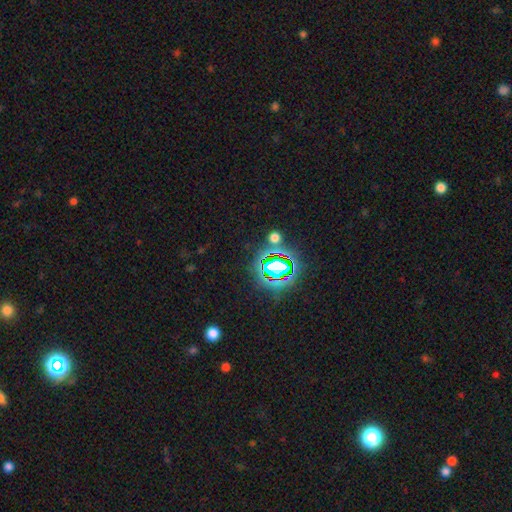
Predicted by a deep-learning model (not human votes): Smooth or featured? star or artifact (79%)